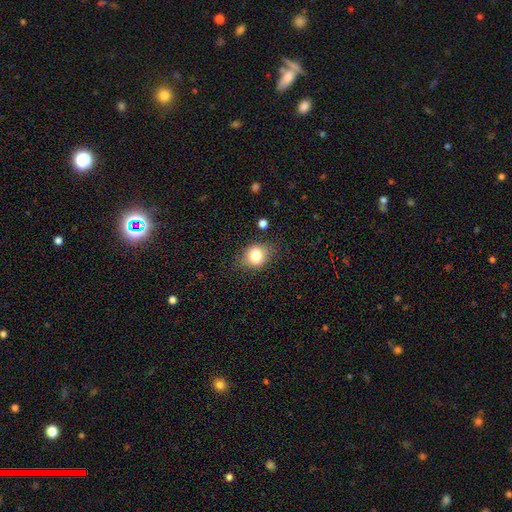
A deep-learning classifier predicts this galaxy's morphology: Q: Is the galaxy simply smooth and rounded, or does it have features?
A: smooth — 78%.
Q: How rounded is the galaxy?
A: round — 52%.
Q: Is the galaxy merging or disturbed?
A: none — 79%.